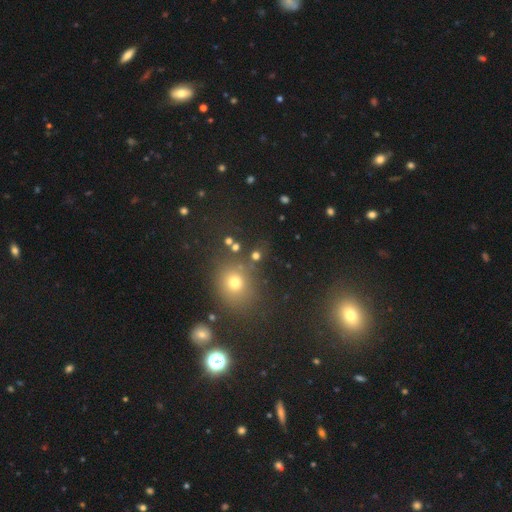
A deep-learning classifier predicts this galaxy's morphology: This appears to be a smooth galaxy with no disk features (64%) that is round (79%). Merging: none (76%).